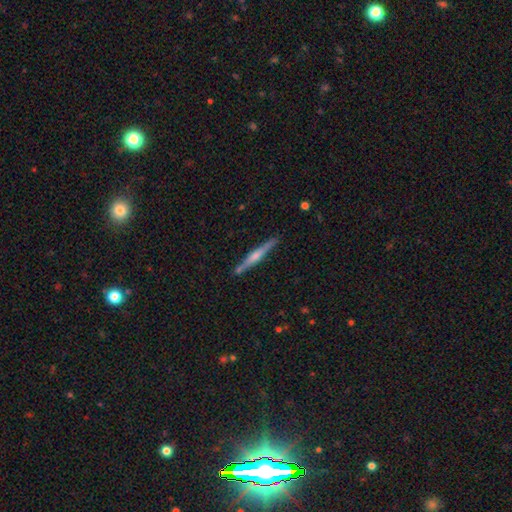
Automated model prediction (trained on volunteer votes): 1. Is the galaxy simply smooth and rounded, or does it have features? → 64% featured or disk, 30% smooth, 6% star or artifact.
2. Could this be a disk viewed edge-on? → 98% yes, 2% no.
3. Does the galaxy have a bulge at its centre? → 71% rounded, 15% boxy, 14% none.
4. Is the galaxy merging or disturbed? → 86% none, 9% minor disturbance, 3% merger, 2% major disturbance.